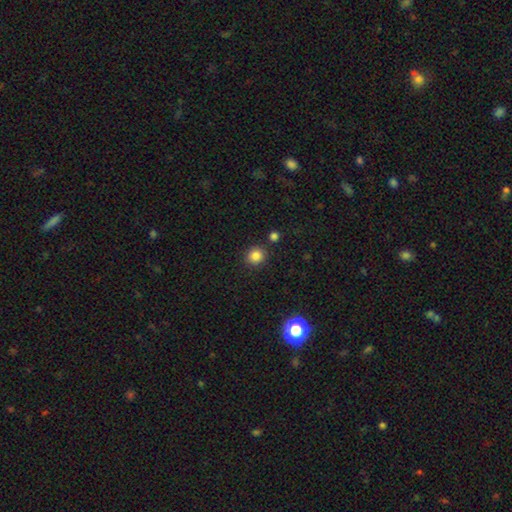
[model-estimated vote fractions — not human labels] smooth_or_featured: smooth (p=0.84) [alt: star or artifact p=0.12]
how_rounded: round (p=0.89) [alt: in between p=0.10]
merging: none (p=0.86) [alt: minor disturbance p=0.07]